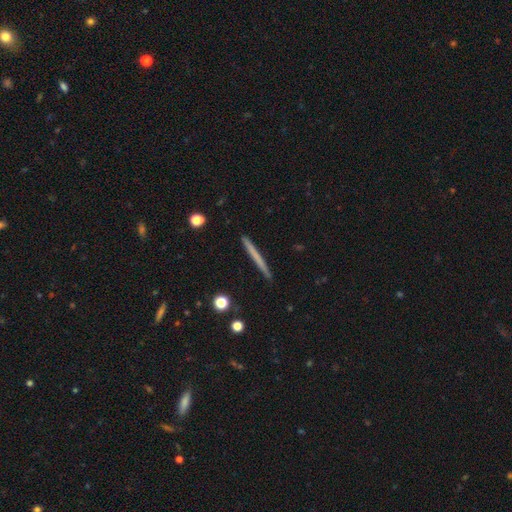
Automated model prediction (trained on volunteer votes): smooth_or_featured: smooth (p=0.56) [alt: featured or disk p=0.37]
how_rounded: cigar-shaped (p=0.97) [alt: in between p=0.02]
merging: none (p=0.91) [alt: minor disturbance p=0.06]